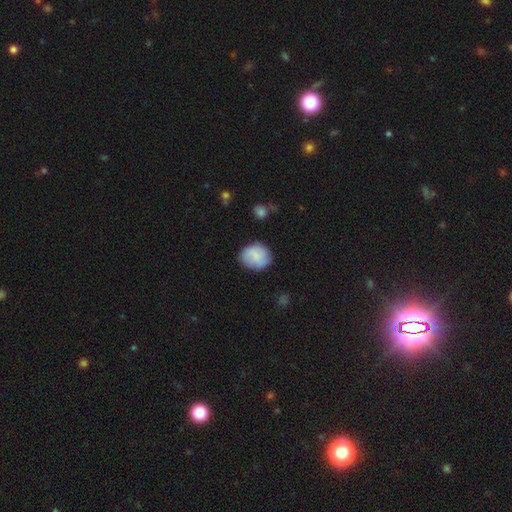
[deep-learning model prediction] smooth-or-featured: smooth: 83% | featured or disk: 10% | star or artifact: 7%
  how-rounded: round: 64% | in between: 35% | cigar-shaped: 1%
  merging: none: 79% | minor disturbance: 16% | major disturbance: 4% | merger: 2%